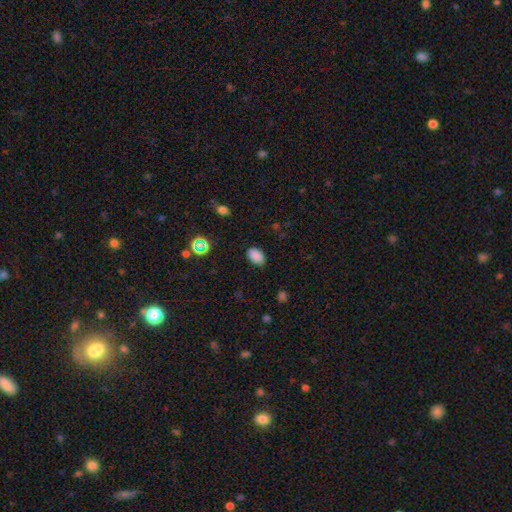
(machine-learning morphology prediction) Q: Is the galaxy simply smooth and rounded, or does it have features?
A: smooth — 85%.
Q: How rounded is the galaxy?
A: in between — 87%.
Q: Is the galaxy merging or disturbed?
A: none — 85%.